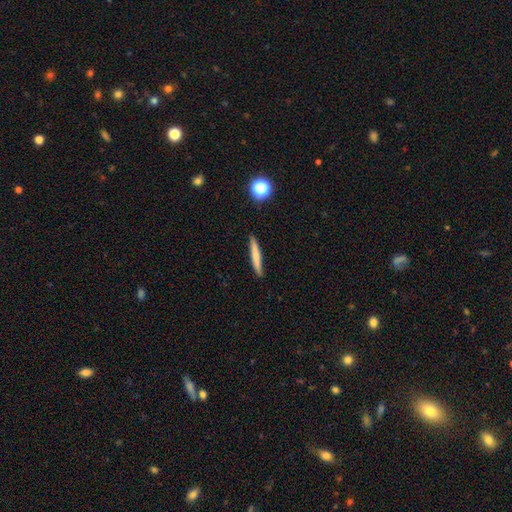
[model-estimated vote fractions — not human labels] smooth_or_featured: smooth (p=0.68) [alt: featured or disk p=0.25]
how_rounded: cigar-shaped (p=0.94) [alt: in between p=0.04]
merging: none (p=0.88) [alt: minor disturbance p=0.09]